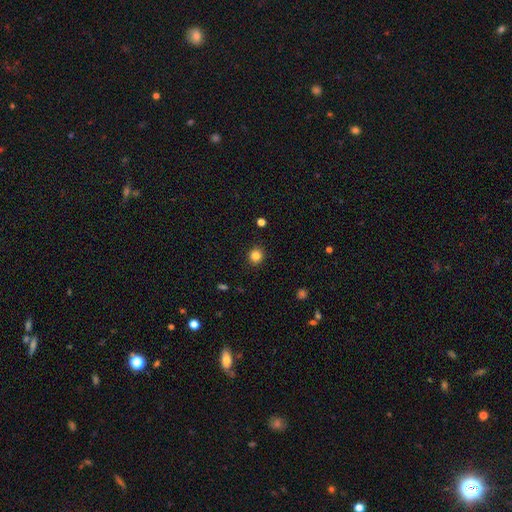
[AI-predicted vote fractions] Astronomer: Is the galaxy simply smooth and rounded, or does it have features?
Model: smooth — 83%.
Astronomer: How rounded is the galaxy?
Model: round — 90%.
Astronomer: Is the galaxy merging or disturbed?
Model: none — 92%.